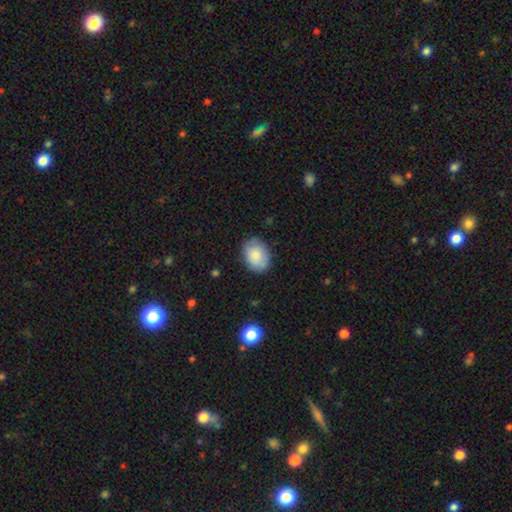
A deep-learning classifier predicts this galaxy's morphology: A smooth galaxy with no disk features (84%) that is in between round and cigar-shaped (73%).

Vote fractions:
- Smooth or featured? smooth: 84% / featured or disk: 10% / star or artifact: 6%
- How rounded? in between: 73% / round: 26% / cigar-shaped: 1%
- Merging? none: 81% / minor disturbance: 15% / major disturbance: 3% / merger: 1%